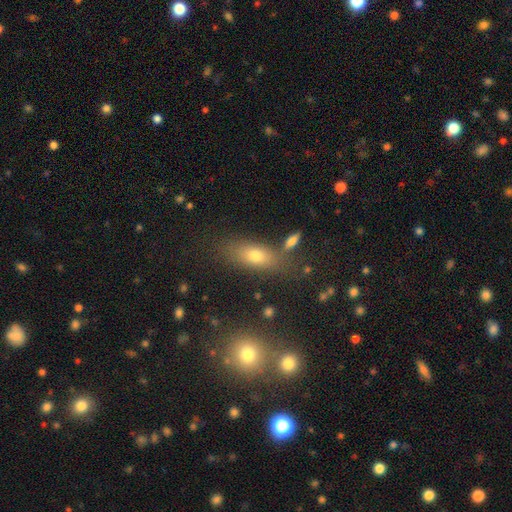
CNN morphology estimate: A smooth galaxy with no disk features (67%) that is in between round and cigar-shaped (69%).

Vote fractions:
- Smooth or featured? smooth: 67% / featured or disk: 17% / star or artifact: 16%
- How rounded? in between: 69% / cigar-shaped: 21% / round: 10%
- Merging? none: 74% / minor disturbance: 12% / merger: 9% / major disturbance: 5%